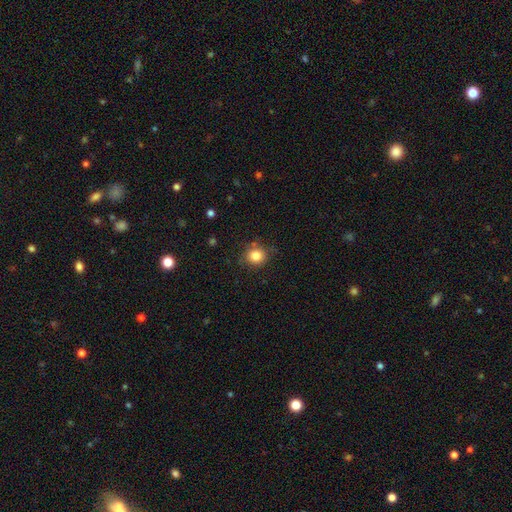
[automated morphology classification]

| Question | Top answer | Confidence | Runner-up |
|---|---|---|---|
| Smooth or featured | smooth | 83% | star or artifact (11%) |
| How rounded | round | 85% | in between (14%) |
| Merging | none | 82% | minor disturbance (12%) |